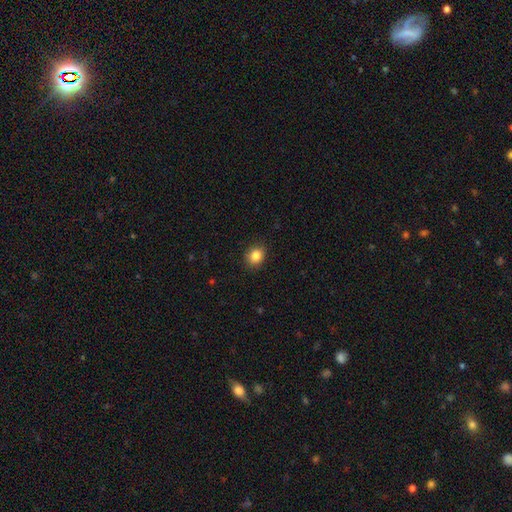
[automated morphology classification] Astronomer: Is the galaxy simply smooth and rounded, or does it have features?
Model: smooth — 85%.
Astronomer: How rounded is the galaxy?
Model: round — 64%.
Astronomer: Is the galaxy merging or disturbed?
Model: none — 89%.